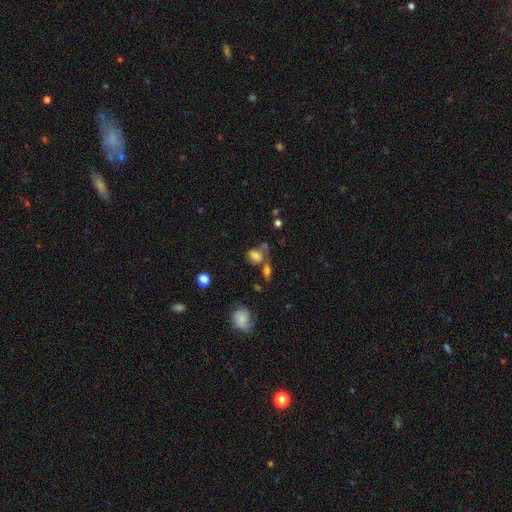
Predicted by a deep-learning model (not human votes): Morphology: type=smooth (68%); roundness=in between (78%); merging=none (35%).